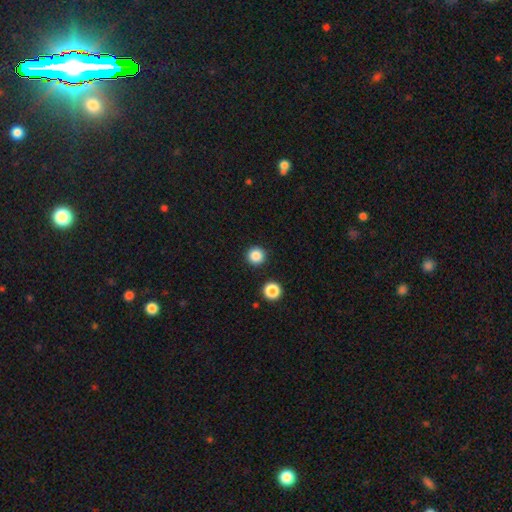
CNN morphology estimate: smooth 85%, star or artifact 11%, featured or disk 3%. Down the decision tree: how rounded — round (96%); merging — none (92%).